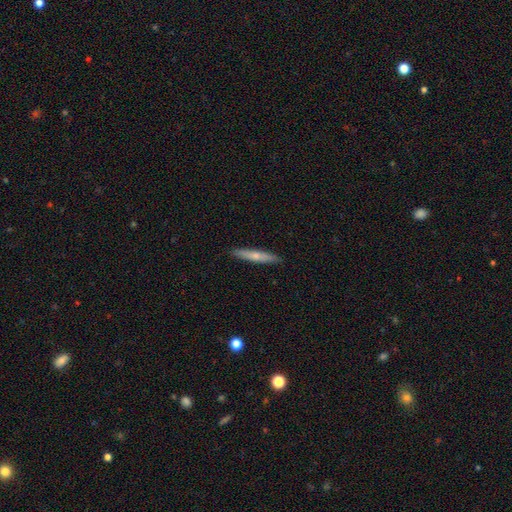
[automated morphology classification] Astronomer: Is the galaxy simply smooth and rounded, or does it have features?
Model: smooth — 56% (runner-up: featured or disk, 38%).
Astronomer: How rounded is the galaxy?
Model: cigar-shaped — 93%.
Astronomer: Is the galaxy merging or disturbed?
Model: none — 91%.